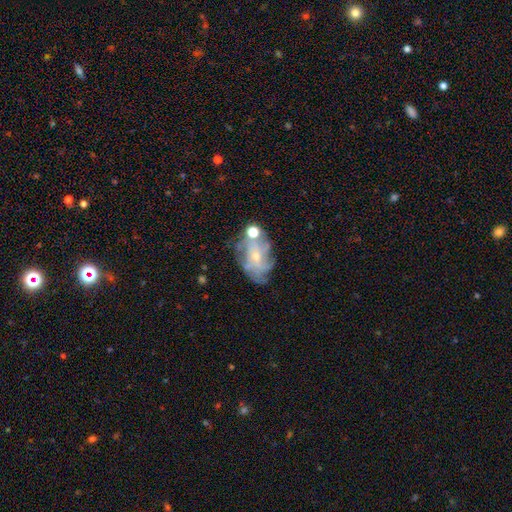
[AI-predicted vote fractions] A featured or disk galaxy (69%) with no bar (76%), tight (49%) spiral arms (75%) and a small central bulge (76%). Merging: none (56%).